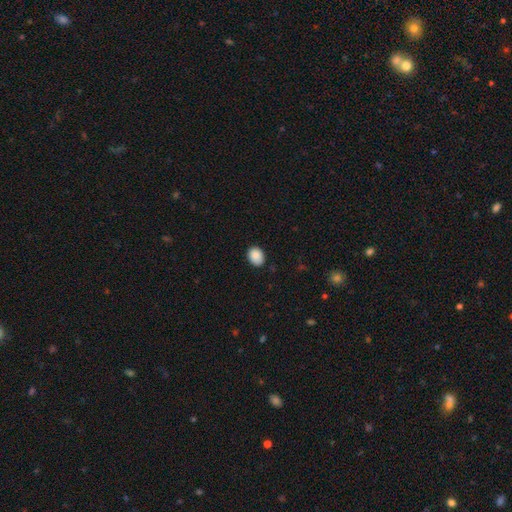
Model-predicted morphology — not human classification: Smooth or featured?
  - smooth: 88% *
  - star or artifact: 8%
  - featured or disk: 4%
How rounded?
  - in between: 60% *
  - round: 39%
  - cigar-shaped: 1%
Merging?
  - none: 84% *
  - minor disturbance: 13%
  - major disturbance: 2%
  - merger: 1%